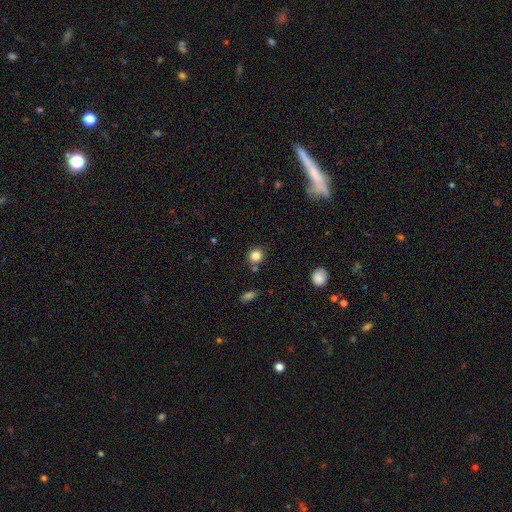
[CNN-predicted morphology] Smooth or featured: smooth — 84% (star or artifact — 11%)
How rounded: round — 87% (in between — 12%)
Merging: none — 80% (minor disturbance — 10%)